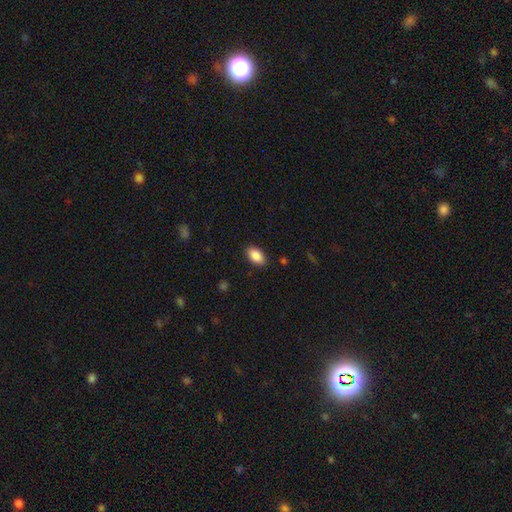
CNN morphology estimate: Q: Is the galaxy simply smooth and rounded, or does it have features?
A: smooth — 89%.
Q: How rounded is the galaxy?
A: in between — 92%.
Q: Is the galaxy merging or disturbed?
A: none — 87%.